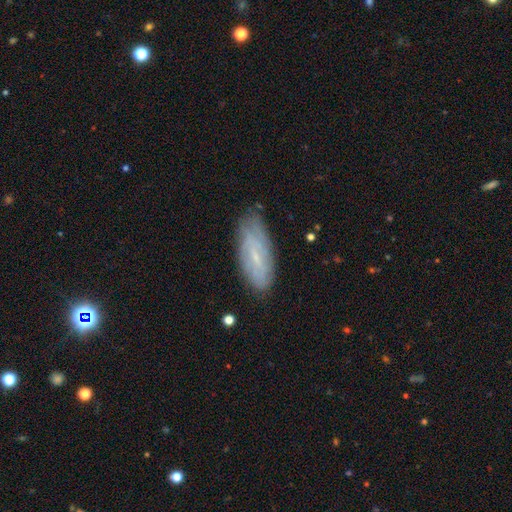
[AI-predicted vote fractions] smooth-or-featured: featured or disk: 54% | smooth: 37% | star or artifact: 9%
  disk-edge-on: no: 83% | yes: 17%
  merging: none: 71% | minor disturbance: 22% | major disturbance: 5% | merger: 2%